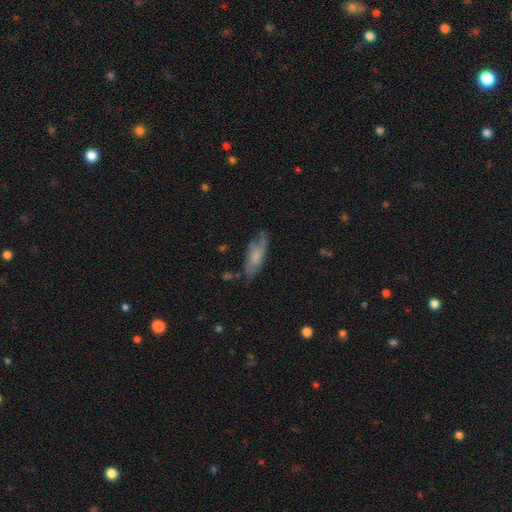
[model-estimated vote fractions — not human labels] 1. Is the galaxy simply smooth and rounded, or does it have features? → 59% smooth, 34% featured or disk, 7% star or artifact.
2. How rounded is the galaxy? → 62% in between, 36% cigar-shaped, 2% round.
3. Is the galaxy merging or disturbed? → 57% none, 28% minor disturbance, 11% major disturbance, 3% merger.